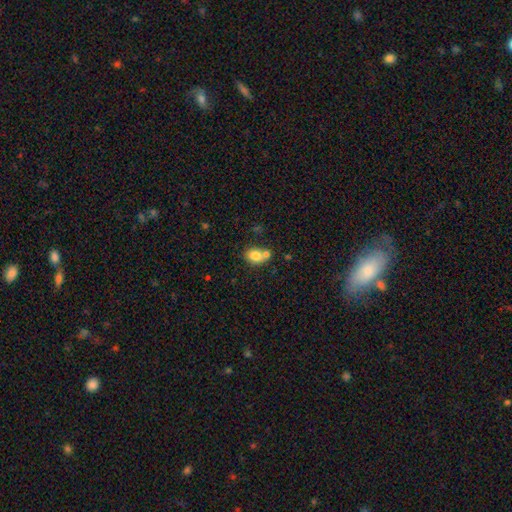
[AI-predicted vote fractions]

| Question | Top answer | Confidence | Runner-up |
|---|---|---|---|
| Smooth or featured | smooth | 79% | featured or disk (12%) |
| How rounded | in between | 59% | round (40%) |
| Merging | merger | 43% | none (41%) |